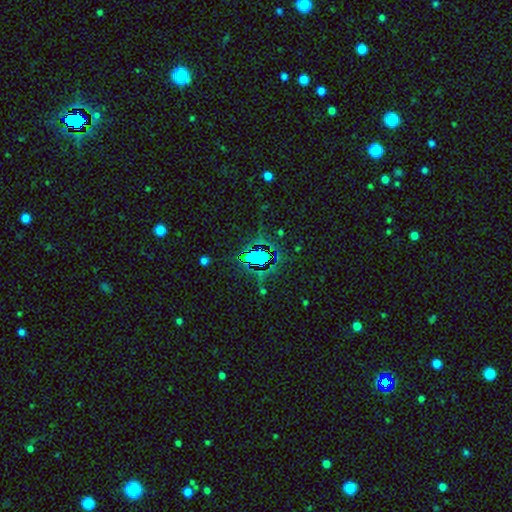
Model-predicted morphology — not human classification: smooth_or_featured: star or artifact (p=0.69) [alt: smooth p=0.20]